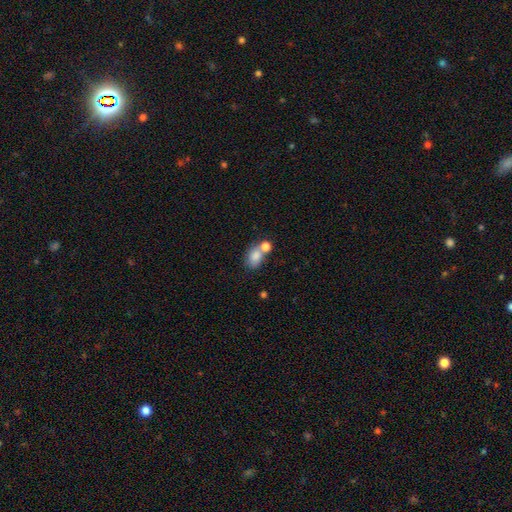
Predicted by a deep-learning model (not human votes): Smooth or featured: smooth — 81% (featured or disk — 10%)
How rounded: in between — 71% (round — 27%)
Merging: merger — 49% (none — 35%)